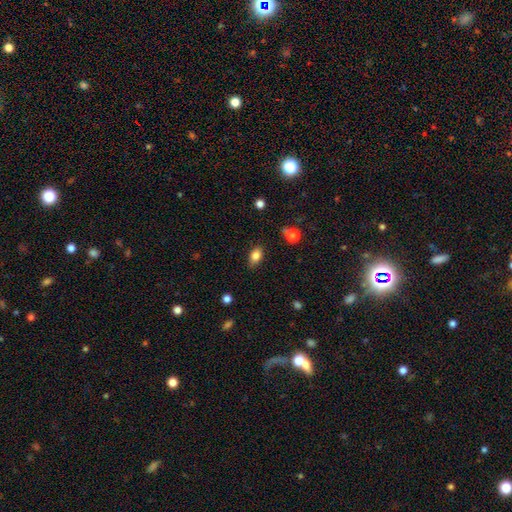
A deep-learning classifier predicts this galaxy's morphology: smooth_or_featured: smooth (p=0.83) [alt: star or artifact p=0.09]
how_rounded: in between (p=0.85) [alt: round p=0.13]
merging: none (p=0.81) [alt: minor disturbance p=0.14]